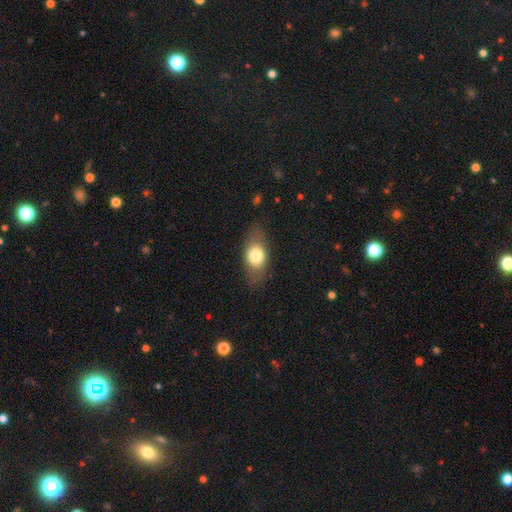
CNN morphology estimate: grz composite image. It shows a smooth galaxy with no disk features (70%) that is in between round and cigar-shaped (79%). Merging: none (79%).